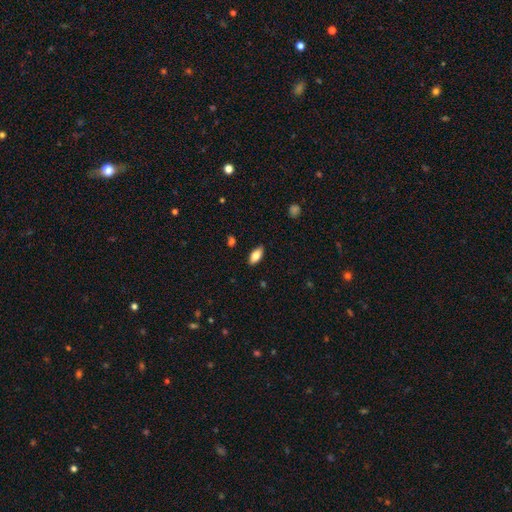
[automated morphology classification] smooth 77%, featured or disk 16%, star or artifact 7%. Down the decision tree: how rounded — in between (86%); merging — none (88%).